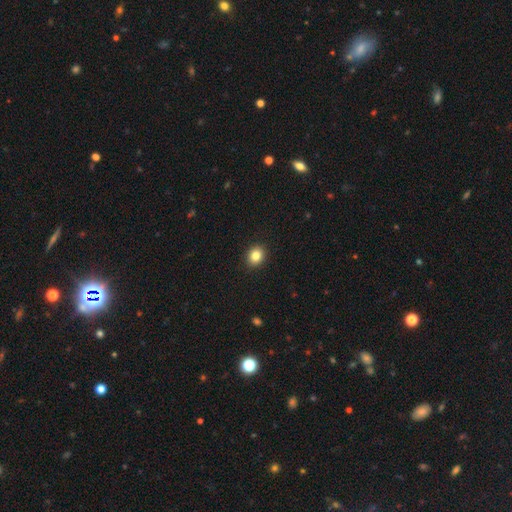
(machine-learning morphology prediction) Q: Smooth or featured?
A: smooth (84%); runner-up: star or artifact (10%)
Q: How rounded?
A: round (66%); runner-up: in between (33%)
Q: Merging?
A: none (92%); runner-up: minor disturbance (6%)